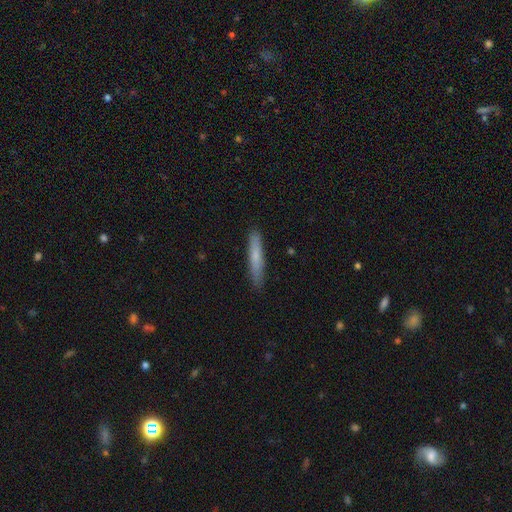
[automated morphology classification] A smooth galaxy with no disk features (69%) that is cigar-shaped (93%).

Vote fractions:
- Smooth or featured? smooth: 69% / featured or disk: 25% / star or artifact: 6%
- How rounded? cigar-shaped: 93% / in between: 6% / round: 1%
- Merging? none: 88% / minor disturbance: 9% / major disturbance: 2% / merger: 1%